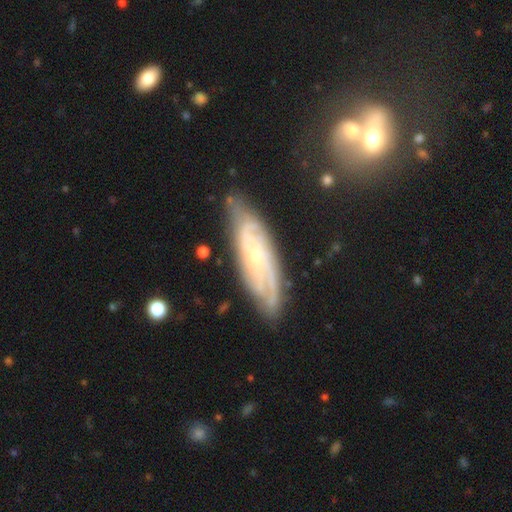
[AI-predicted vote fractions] Smooth or featured: featured or disk — 81% (smooth — 13%)
Edge-on disk: no — 84% (yes — 16%)
Bar: no — 69% (weak — 25%)
Spiral arms: yes — 94% (no — 6%)
Spiral winding: tight — 64% (medium — 30%)
Spiral arm count: can't tell — 39% (2 — 21%)
Bulge size: small — 74% (moderate — 22%)
Merging: none — 75% (minor disturbance — 18%)